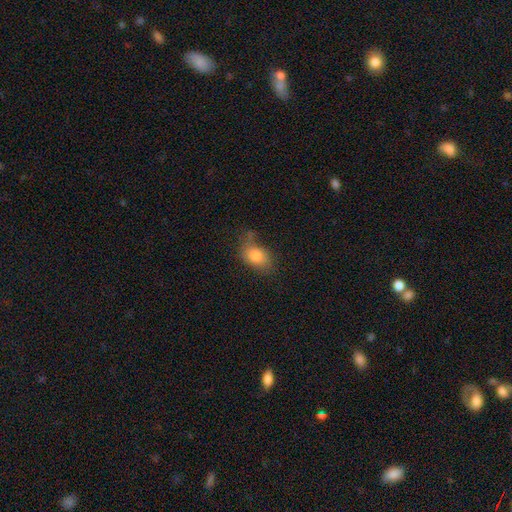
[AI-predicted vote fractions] This appears to be a smooth galaxy with no disk features (81%) that is in between round and cigar-shaped (77%). Merging: none (58%).